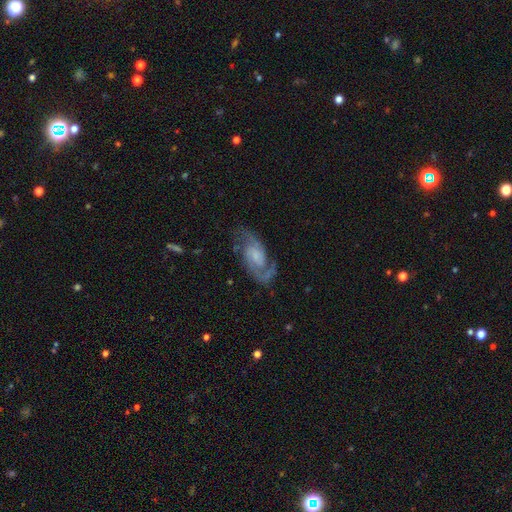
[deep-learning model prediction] smooth_or_featured: featured or disk (p=0.88) [alt: smooth p=0.07]
disk_edge_on: no (p=0.97) [alt: yes p=0.03]
bar: no (p=0.50) [alt: weak p=0.41]
has_spiral_arms: yes (p=0.97) [alt: no p=0.03]
spiral_winding: medium (p=0.56) [alt: tight p=0.24]
spiral_arm_count: 2 (p=0.89) [alt: can't tell p=0.04]
bulge_size: small (p=0.43) [alt: moderate p=0.26]
merging: none (p=0.72) [alt: minor disturbance p=0.17]